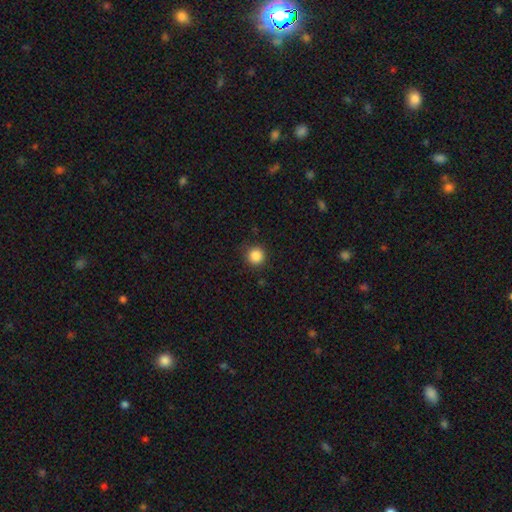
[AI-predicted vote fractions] smooth-or-featured: smooth: 87% | star or artifact: 11% | featured or disk: 3%
  how-rounded: round: 95% | in between: 4% | cigar-shaped: 1%
  merging: none: 90% | minor disturbance: 7% | major disturbance: 2% | merger: 1%